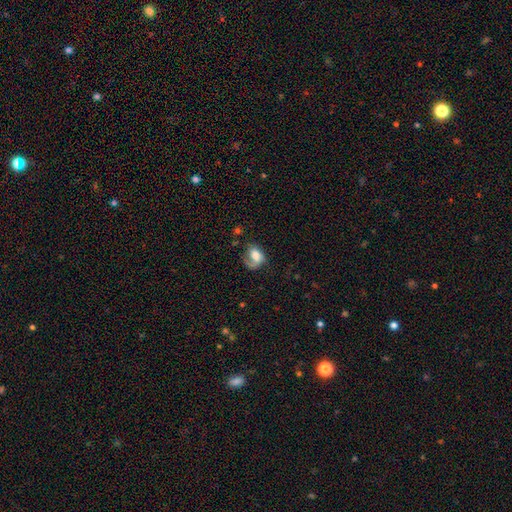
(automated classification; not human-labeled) Smooth or featured: smooth — 54% (featured or disk — 37%)
How rounded: in between — 73% (round — 25%)
Merging: major disturbance — 37% (none — 35%)